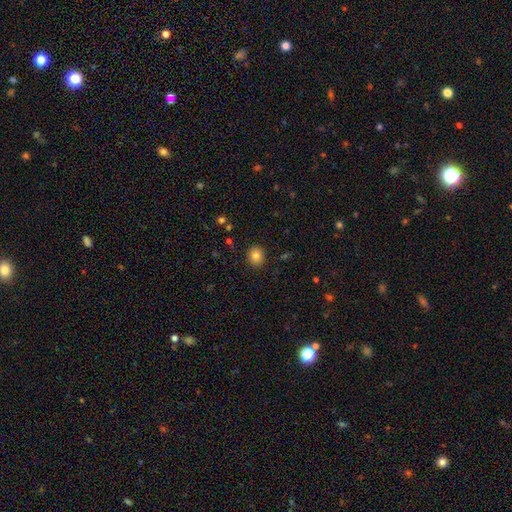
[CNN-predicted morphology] Smooth or featured: smooth — 82% (star or artifact — 10%)
How rounded: round — 73% (in between — 26%)
Merging: none — 89% (minor disturbance — 7%)